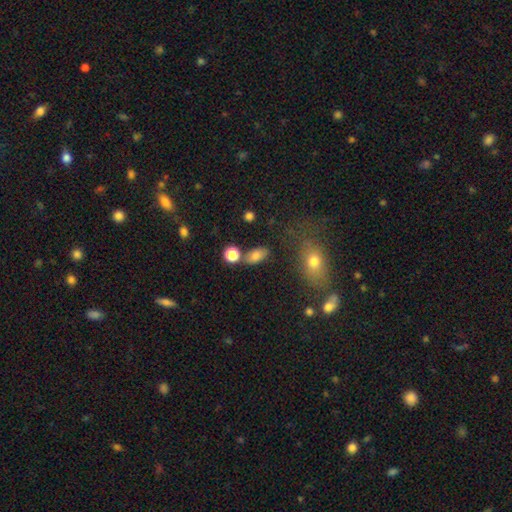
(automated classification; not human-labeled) smooth-or-featured: smooth: 79% | star or artifact: 11% | featured or disk: 9%
  how-rounded: in between: 83% | round: 13% | cigar-shaped: 3%
  merging: none: 72% | minor disturbance: 13% | merger: 11% | major disturbance: 4%